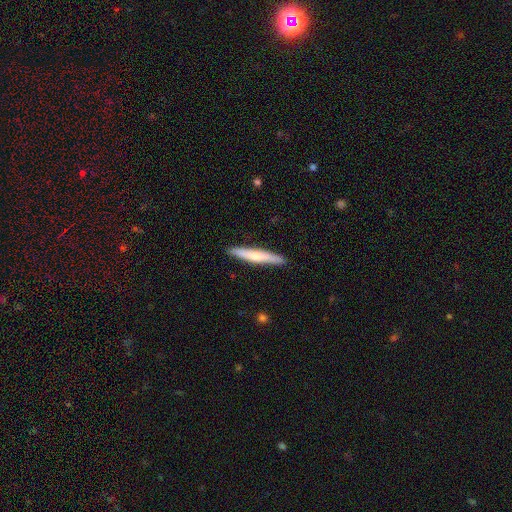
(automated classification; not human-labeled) smooth 55%, featured or disk 40%, star or artifact 5%. Down the decision tree: how rounded — cigar-shaped (94%); merging — none (90%).